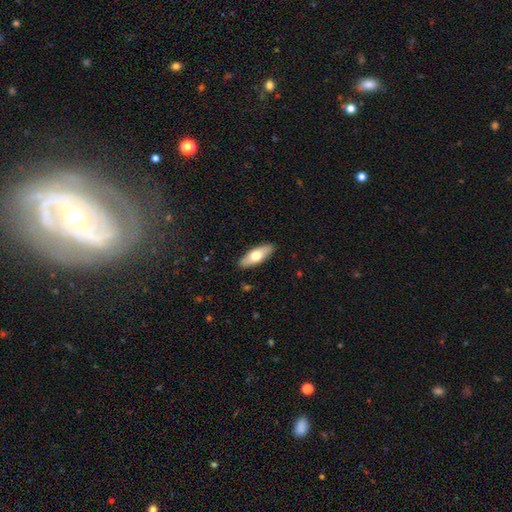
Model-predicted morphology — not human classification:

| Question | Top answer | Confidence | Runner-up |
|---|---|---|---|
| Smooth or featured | smooth | 64% | featured or disk (31%) |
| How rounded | in between | 68% | cigar-shaped (30%) |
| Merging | none | 89% | minor disturbance (8%) |